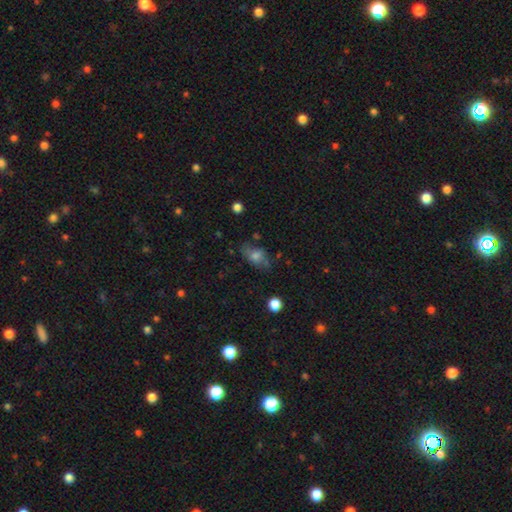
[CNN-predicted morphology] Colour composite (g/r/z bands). It shows a smooth galaxy with no disk features (57%) that is in between round and cigar-shaped (79%). Merging: none (59%).